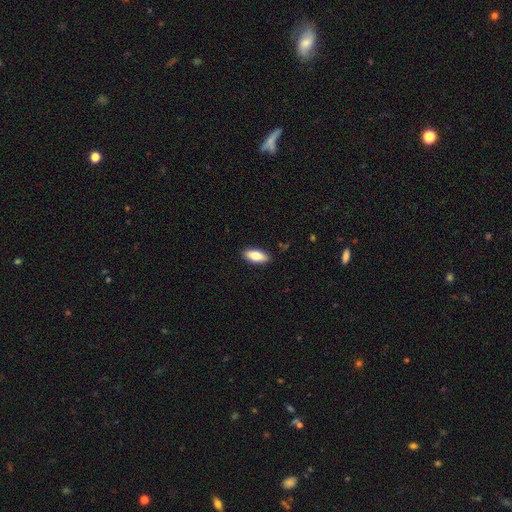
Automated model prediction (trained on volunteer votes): Overall: smooth (79%). How rounded: in between (81%). Merging: none (89%).